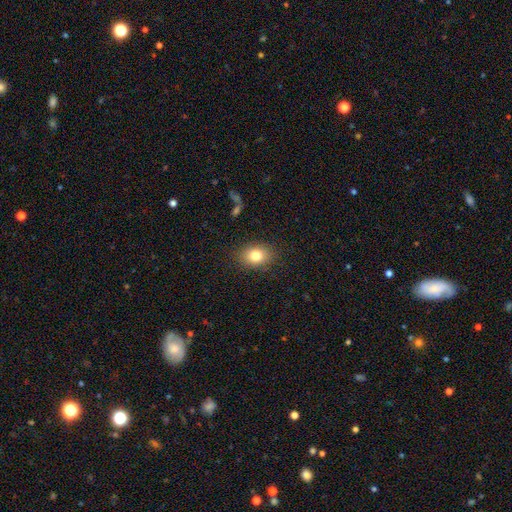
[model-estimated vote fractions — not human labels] Morphology: type=smooth (81%); roundness=in between (60%); merging=none (86%).